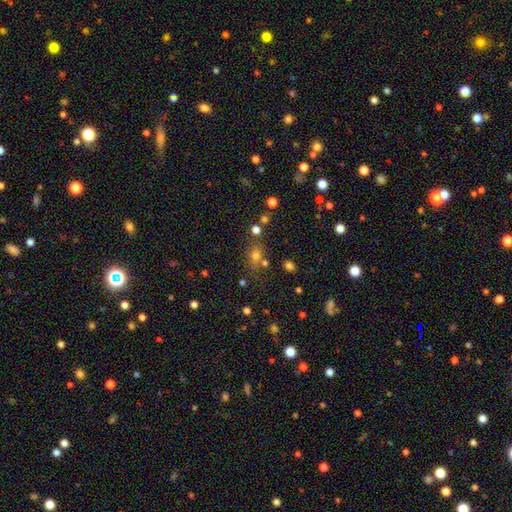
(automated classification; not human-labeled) A smooth galaxy with no disk features (66%) that is round (49%).

Vote fractions:
- Smooth or featured? smooth: 66% / star or artifact: 23% / featured or disk: 12%
- How rounded? round: 49% / in between: 48% / cigar-shaped: 3%
- Merging? none: 66% / merger: 15% / minor disturbance: 13% / major disturbance: 6%